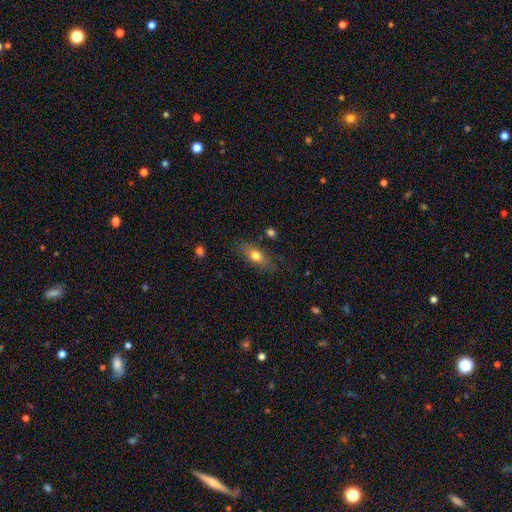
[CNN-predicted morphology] A smooth galaxy with no disk features (72%) that is in between round and cigar-shaped (74%). Merging: none (77%).